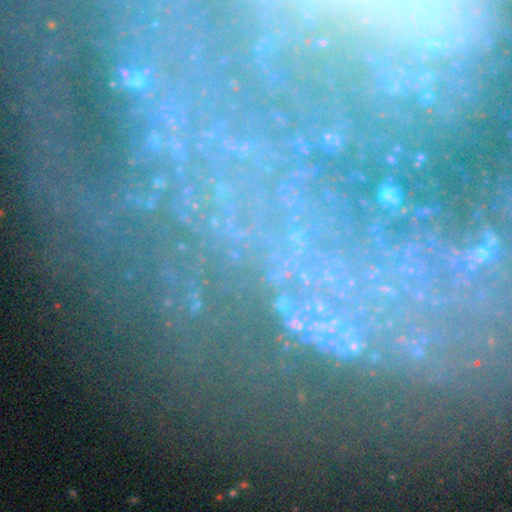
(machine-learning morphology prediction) Smooth or featured? star or artifact (47%)